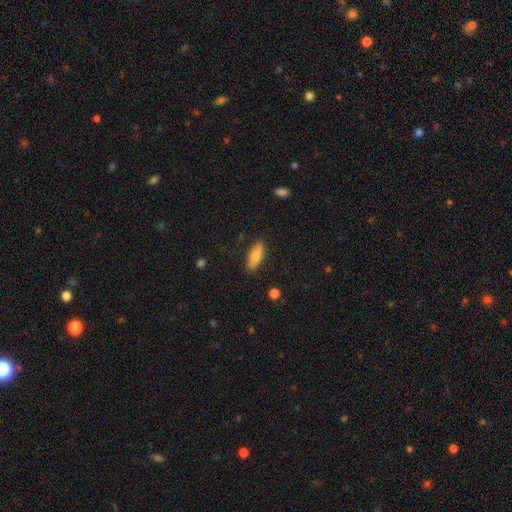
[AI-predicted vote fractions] This is clearly a smooth galaxy (84%). How rounded: likely in between (62%). Merging: clearly none (86%).